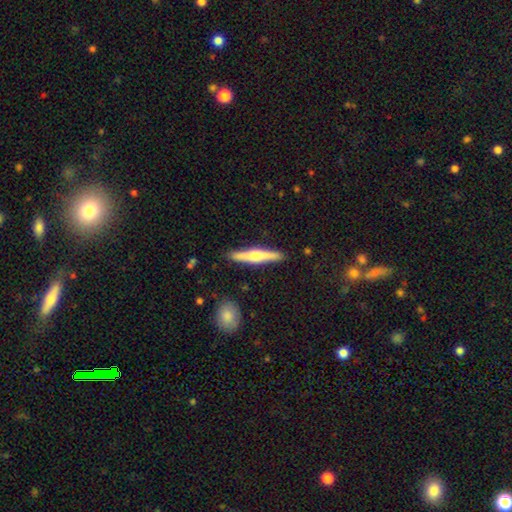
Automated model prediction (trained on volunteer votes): This appears to be a featured or disk galaxy (53%) viewed edge-on (97%) with a rounded central bulge (81%). Merging: none (89%).